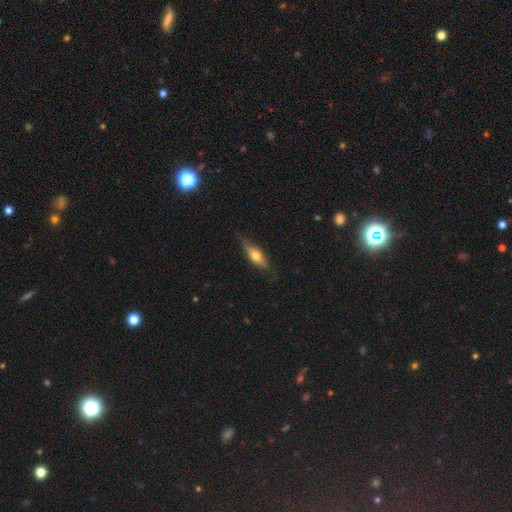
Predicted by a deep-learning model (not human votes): A smooth galaxy with no disk features (56%) that is cigar-shaped (50%). Merging: none (80%).